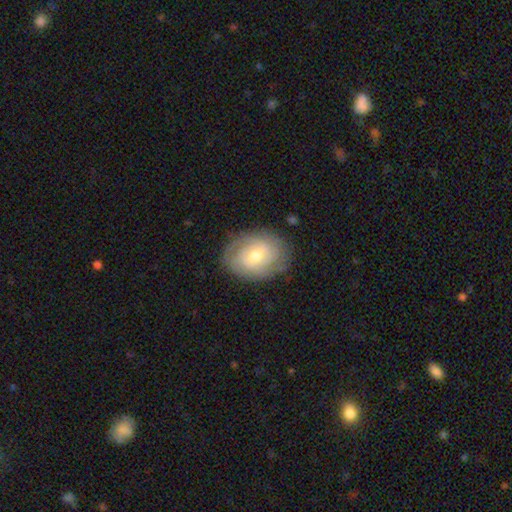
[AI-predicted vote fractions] The model was most divided on "bulge size": moderate: 61%, small: 34%, large: 3%, none: 1%, dominant: 1%. More confident: edge-on disk — no (96%); spiral arms — yes (80%); merging — none (79%); bar — no (64%); smooth or featured — featured or disk (62%).